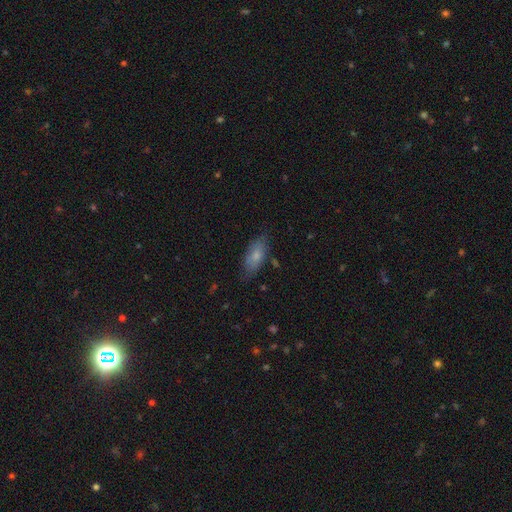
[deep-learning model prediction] Overall: smooth (74%). How rounded: in between (82%). Merging: none (74%).